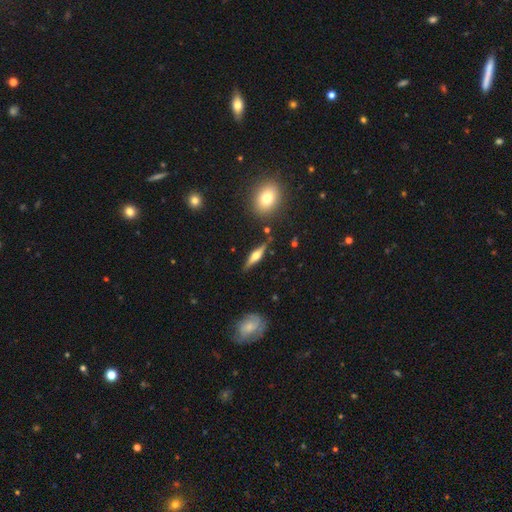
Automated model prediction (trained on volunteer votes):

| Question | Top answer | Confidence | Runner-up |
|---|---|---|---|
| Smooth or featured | featured or disk | 67% | smooth (27%) |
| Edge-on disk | yes | 95% | no (5%) |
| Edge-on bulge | rounded | 93% | boxy (5%) |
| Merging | none | 85% | minor disturbance (9%) |